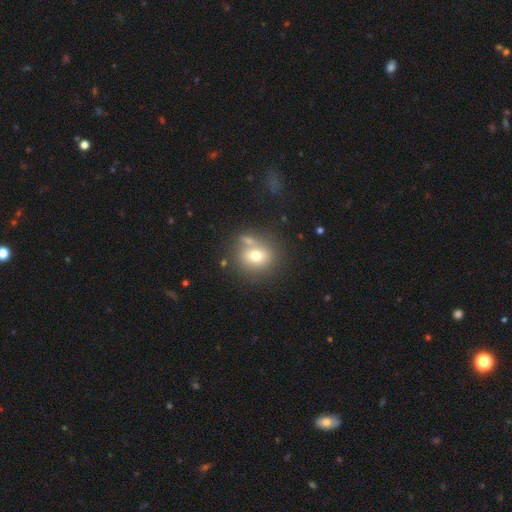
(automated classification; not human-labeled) Q: Smooth or featured?
A: smooth (72%); runner-up: featured or disk (16%)
Q: How rounded?
A: round (71%); runner-up: in between (28%)
Q: Merging?
A: none (62%); runner-up: merger (19%)